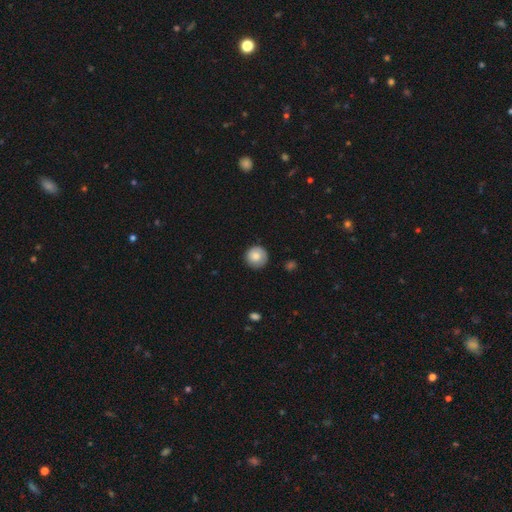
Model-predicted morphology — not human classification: The model was most divided on "smooth or featured": smooth: 77%, featured or disk: 15%, star or artifact: 8%. More confident: how rounded — round (95%); merging — none (86%).